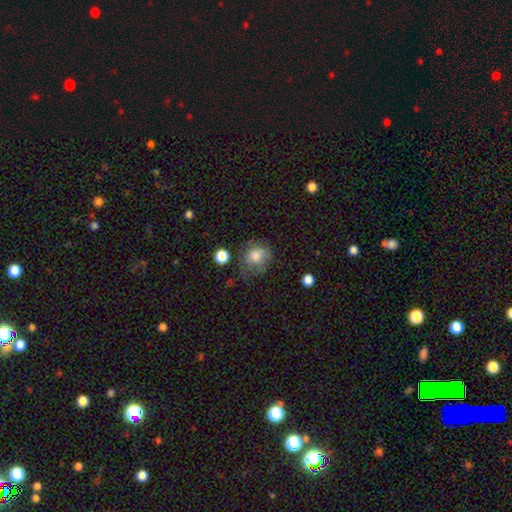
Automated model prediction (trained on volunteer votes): smooth-or-featured: smooth: 74% | featured or disk: 17% | star or artifact: 9%
  how-rounded: round: 60% | in between: 39% | cigar-shaped: 1%
  merging: none: 43% | minor disturbance: 30% | major disturbance: 23% | merger: 3%